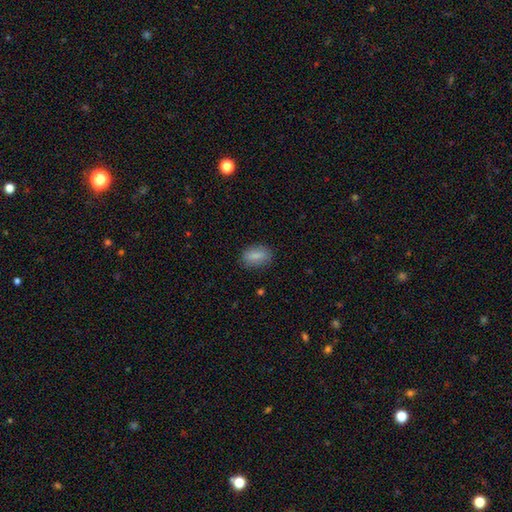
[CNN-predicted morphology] smooth_or_featured: smooth (p=0.83) [alt: featured or disk p=0.09]
how_rounded: in between (p=0.85) [alt: round p=0.10]
merging: none (p=0.82) [alt: minor disturbance p=0.13]